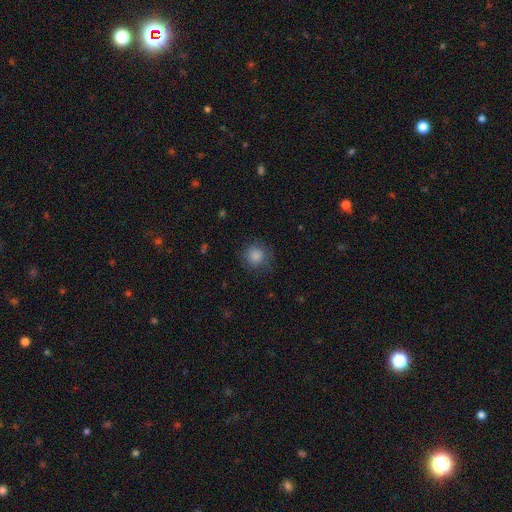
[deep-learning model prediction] Smooth or featured: smooth — 85% (star or artifact — 10%)
How rounded: round — 92% (in between — 7%)
Merging: none — 82% (minor disturbance — 13%)